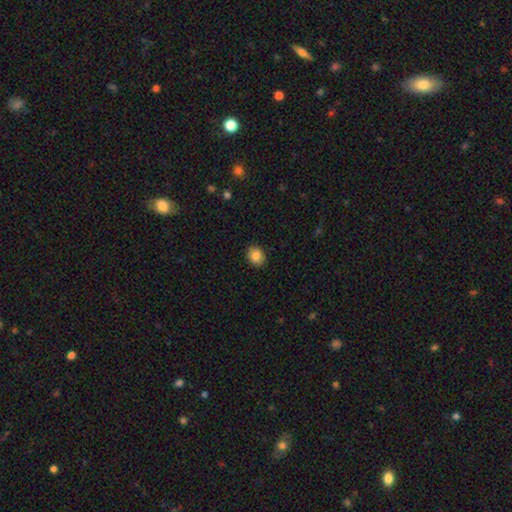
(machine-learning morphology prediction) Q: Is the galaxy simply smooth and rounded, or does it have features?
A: smooth — 85%.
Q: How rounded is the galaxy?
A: in between — 50%.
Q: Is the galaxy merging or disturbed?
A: none — 90%.